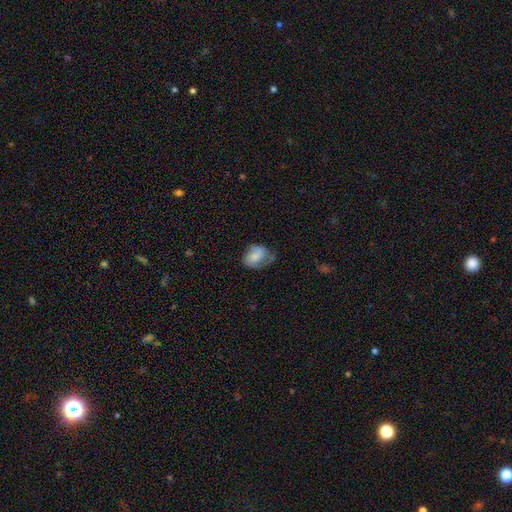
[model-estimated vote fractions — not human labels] This appears to be a smooth galaxy with no disk features (57%) that is in between round and cigar-shaped (67%). Merging: none (40%).